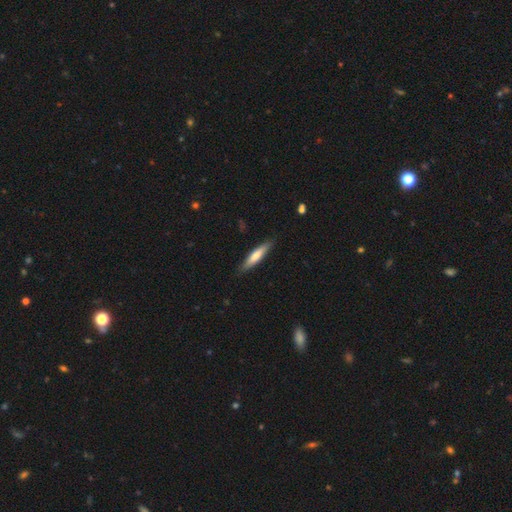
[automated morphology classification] smooth 64%, featured or disk 30%, star or artifact 5%. Down the decision tree: how rounded — cigar-shaped (81%); merging — none (85%).